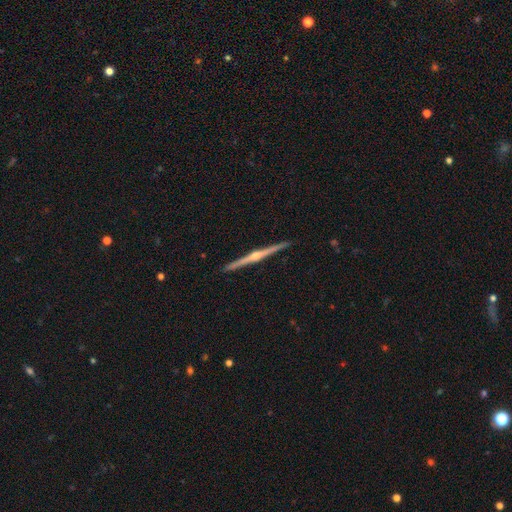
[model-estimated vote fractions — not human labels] smooth_or_featured: featured or disk (p=0.85) [alt: smooth p=0.10]
disk_edge_on: yes (p=0.99) [alt: no p=0.01]
edge_on_bulge: rounded (p=0.86) [alt: none p=0.09]
merging: none (p=0.92) [alt: minor disturbance p=0.05]